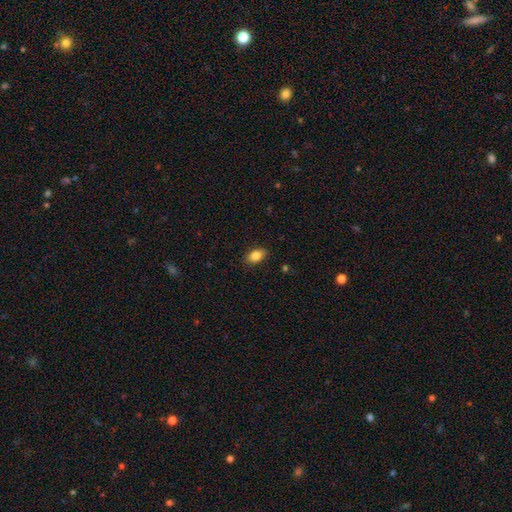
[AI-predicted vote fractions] Smooth or featured?
  - smooth: 86% *
  - star or artifact: 8%
  - featured or disk: 6%
How rounded?
  - in between: 88% *
  - round: 10%
  - cigar-shaped: 2%
Merging?
  - none: 87% *
  - minor disturbance: 10%
  - major disturbance: 2%
  - merger: 1%